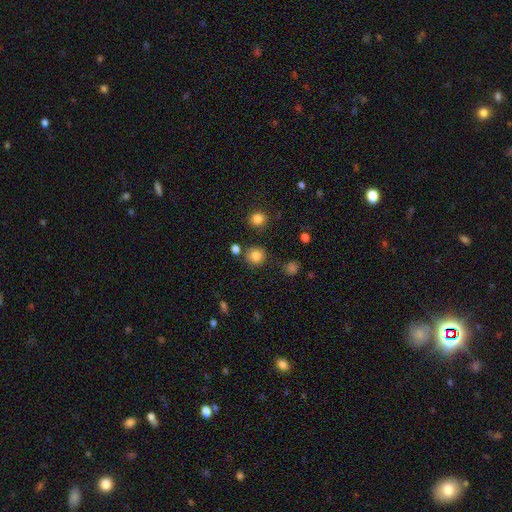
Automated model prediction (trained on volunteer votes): A smooth galaxy with no disk features (83%) that is round (90%).

Vote fractions:
- Smooth or featured? smooth: 83% / star or artifact: 12% / featured or disk: 5%
- How rounded? round: 90% / in between: 9% / cigar-shaped: 1%
- Merging? none: 82% / minor disturbance: 9% / merger: 5% / major disturbance: 3%